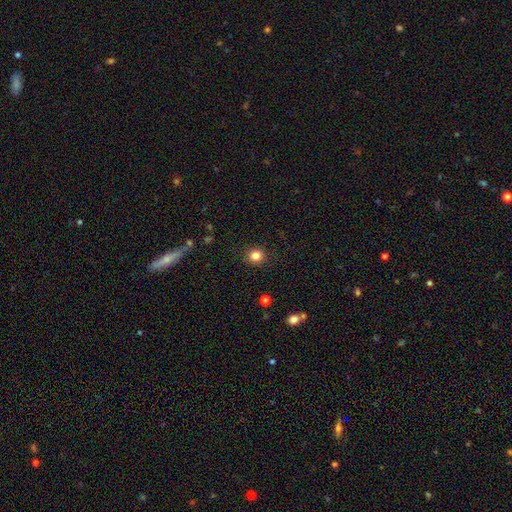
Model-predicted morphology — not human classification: This is clearly a smooth galaxy (83%). How rounded: clearly round (86%). Merging: clearly none (90%).